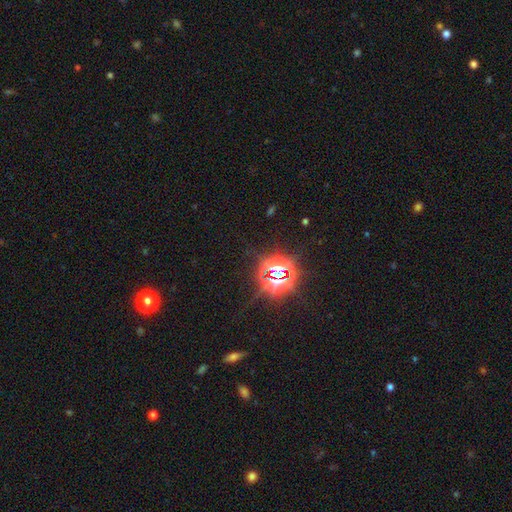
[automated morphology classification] Q: Smooth or featured?
A: star or artifact (80%); runner-up: smooth (13%)